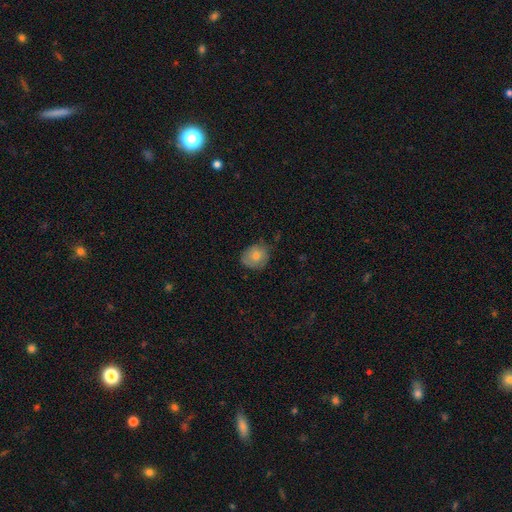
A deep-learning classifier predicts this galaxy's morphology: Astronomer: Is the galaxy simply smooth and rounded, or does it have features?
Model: smooth — 76%.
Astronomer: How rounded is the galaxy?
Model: round — 66%.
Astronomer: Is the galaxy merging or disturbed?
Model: none — 64%.